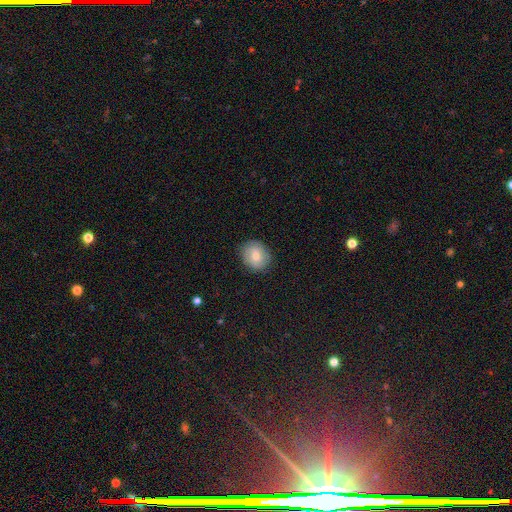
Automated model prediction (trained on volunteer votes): This is likely a smooth galaxy (68%). How rounded: likely round (72%). Merging: clearly none (85%).